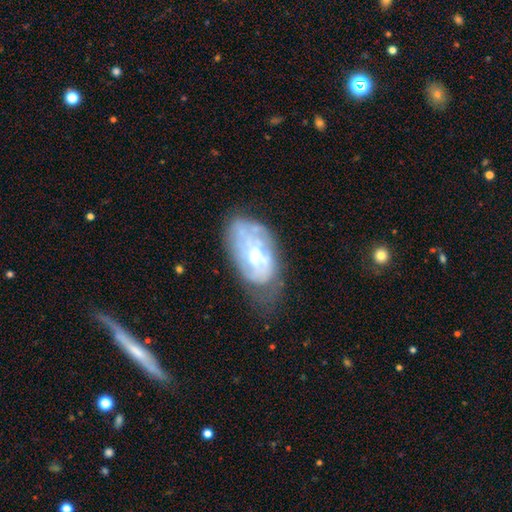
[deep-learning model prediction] Morphology: type=featured or disk (64%); edge-on=no (95%); bar=no (64%); spiral arms=no (50%, tied with yes); bulge=moderate (55%); merging=none (39%).